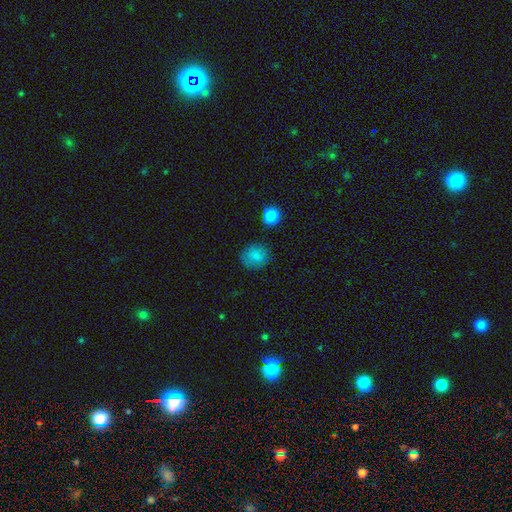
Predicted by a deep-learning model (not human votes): smooth_or_featured: smooth (p=0.84) [alt: star or artifact p=0.10]
how_rounded: round (p=0.81) [alt: in between p=0.18]
merging: none (p=0.81) [alt: minor disturbance p=0.13]